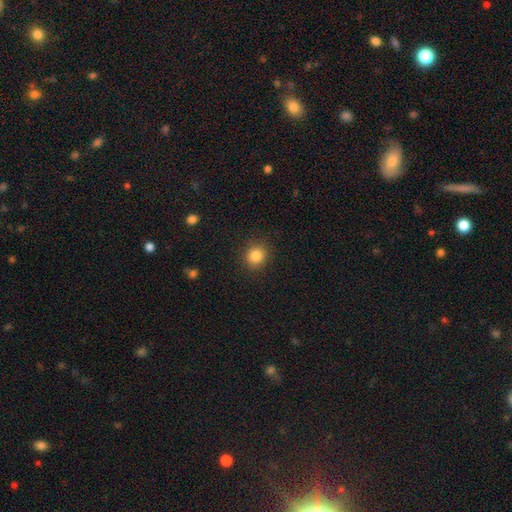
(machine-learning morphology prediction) Smooth or featured? smooth (84%)
How rounded? round (85%)
Merging? none (90%)